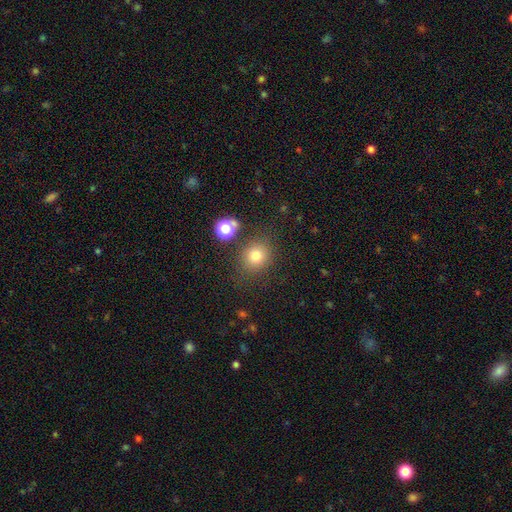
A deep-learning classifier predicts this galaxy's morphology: This is likely a smooth galaxy (76%). How rounded: clearly round (81%). Merging: likely none (80%).